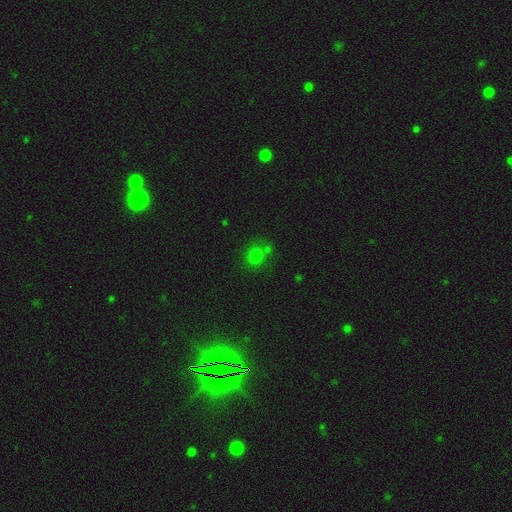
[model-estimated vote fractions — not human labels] Q: Smooth or featured?
A: smooth (73%); runner-up: star or artifact (20%)
Q: How rounded?
A: round (76%); runner-up: in between (23%)
Q: Merging?
A: none (66%); runner-up: merger (16%)